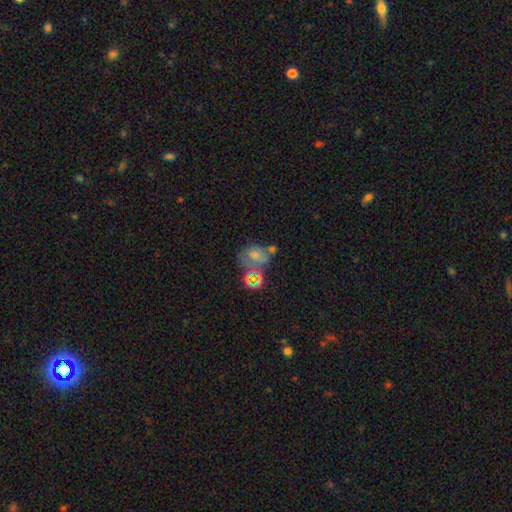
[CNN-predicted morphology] This is possibly a smooth galaxy (49%). Merging: marginally none (34%).